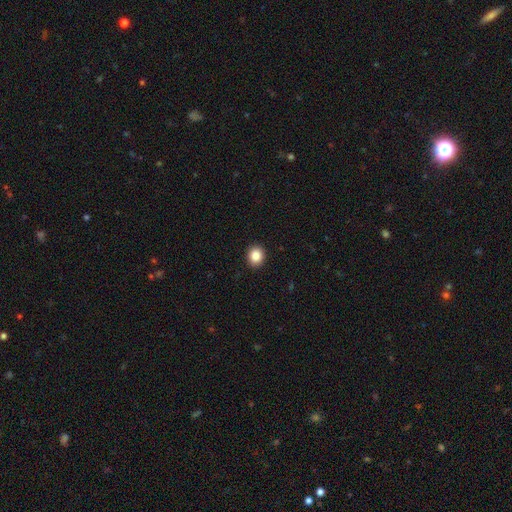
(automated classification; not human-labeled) This appears to be a smooth galaxy with no disk features (87%) that is round (72%). Merging: none (92%).